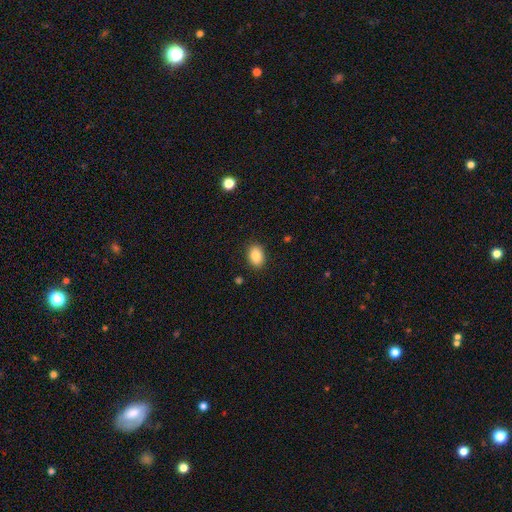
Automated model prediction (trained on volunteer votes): A smooth galaxy with no disk features (87%) that is in between round and cigar-shaped (82%). Merging: none (87%).